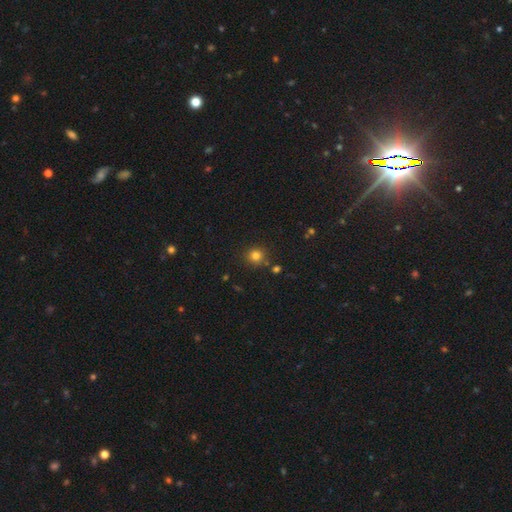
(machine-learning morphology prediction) Smooth or featured? Predicted: smooth (p=0.80). How rounded? Predicted: round (p=0.91). Merging? Predicted: none (p=0.83).